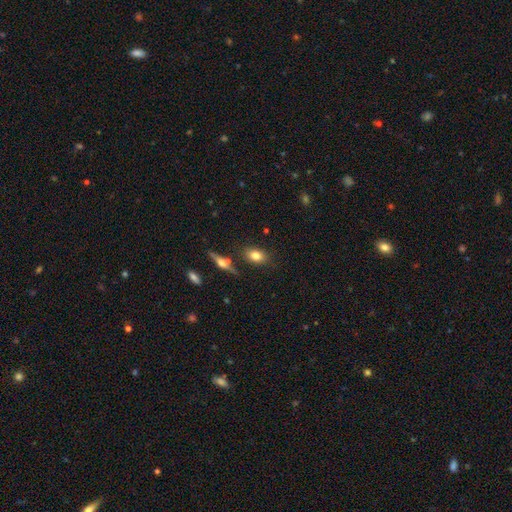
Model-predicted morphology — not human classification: type=smooth (78%); roundness=in between (78%); merging=none (77%).